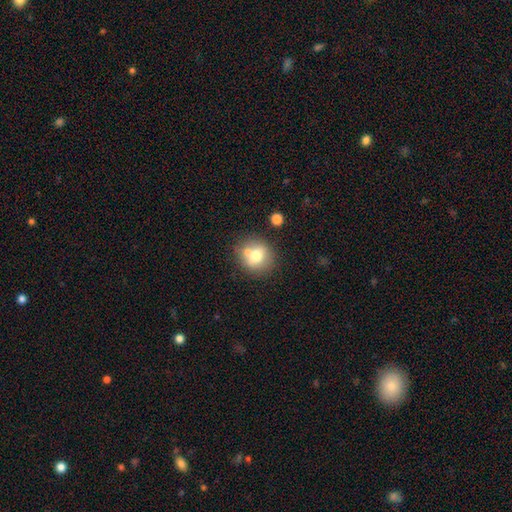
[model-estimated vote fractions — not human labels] Overall: smooth (68%). How rounded: round (84%). Merging: none (62%).